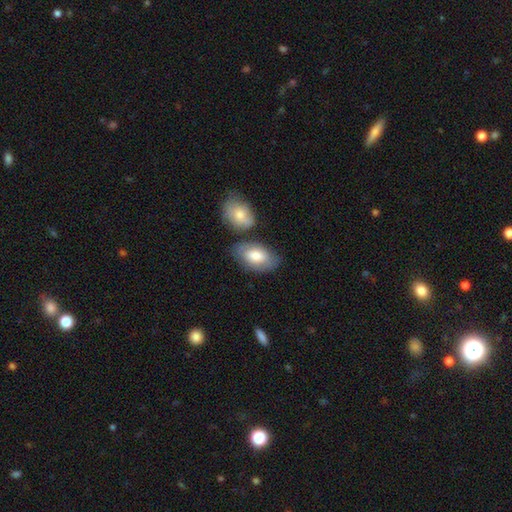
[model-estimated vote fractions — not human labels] The model was most divided on "merging": none: 64%, minor disturbance: 18%, merger: 14%, major disturbance: 5%. More confident: how rounded — in between (93%); smooth or featured — smooth (73%).